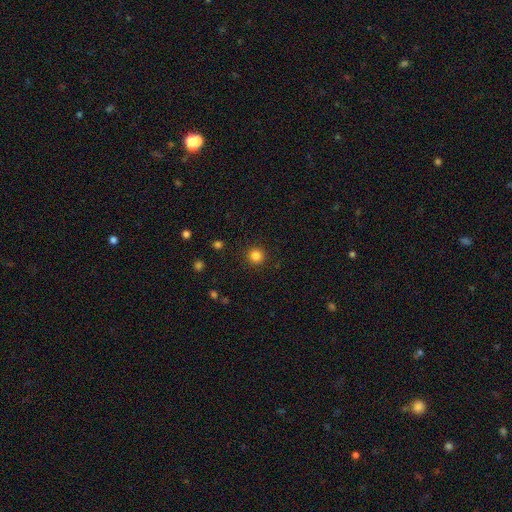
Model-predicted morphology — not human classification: Smooth or featured? smooth (84%)
How rounded? round (95%)
Merging? none (92%)